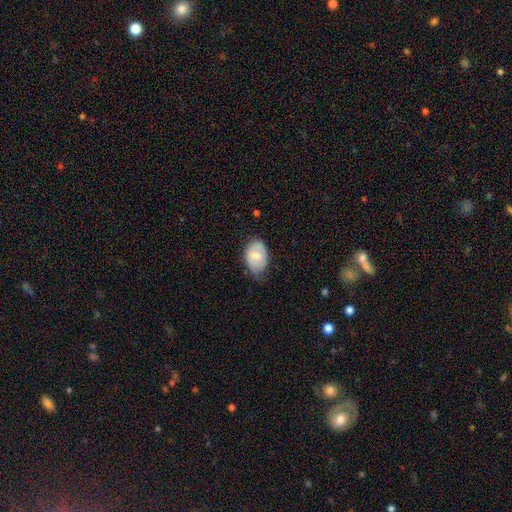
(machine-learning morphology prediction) Smooth or featured? smooth (76%)
How rounded? in between (86%)
Merging? none (58%)